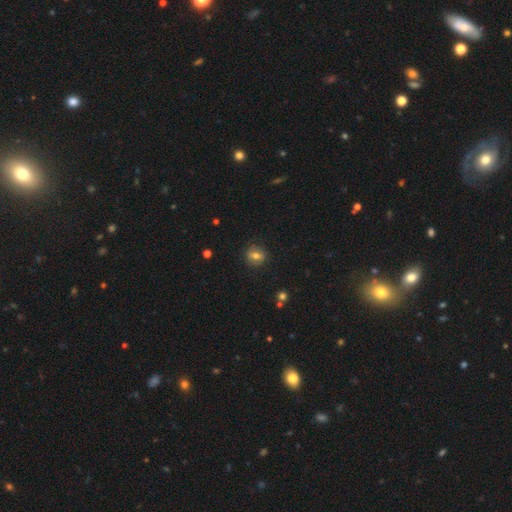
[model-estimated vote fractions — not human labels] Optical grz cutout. It shows a smooth galaxy with no disk features (68%) that is round (77%). Merging: none (85%).